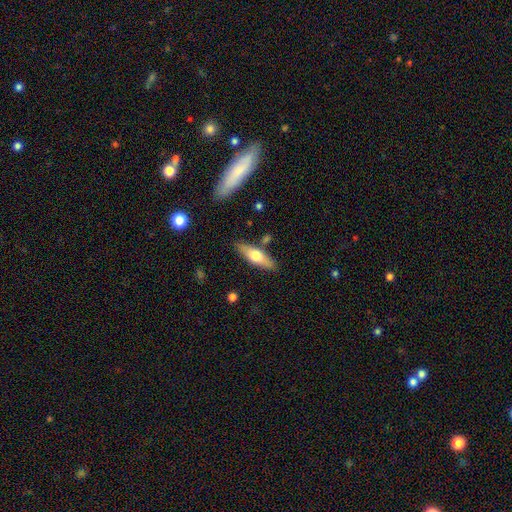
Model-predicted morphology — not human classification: A smooth galaxy with no disk features (56%) that is cigar-shaped (50%). Merging: none (83%).